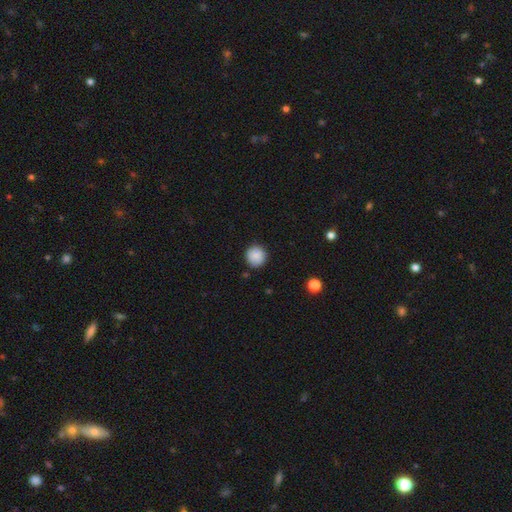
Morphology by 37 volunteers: Smooth or featured? 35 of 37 (95%) said smooth. How rounded? 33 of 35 (94%) said round. Merging? 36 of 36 (100%) said none.